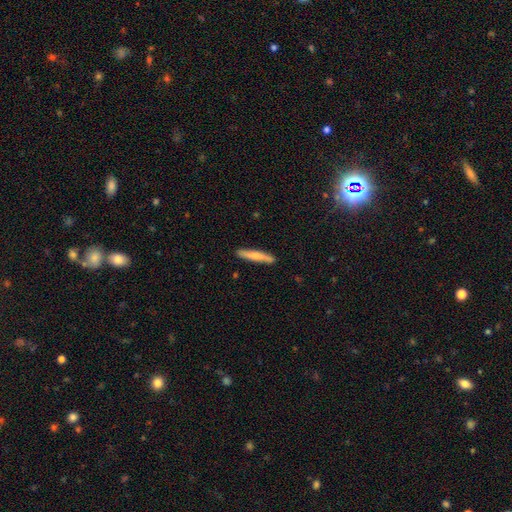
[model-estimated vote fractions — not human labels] Smooth or featured?
  - smooth: 67% *
  - featured or disk: 28%
  - star or artifact: 5%
How rounded?
  - cigar-shaped: 92% *
  - in between: 6%
  - round: 1%
Merging?
  - none: 88% *
  - minor disturbance: 9%
  - major disturbance: 2%
  - merger: 1%